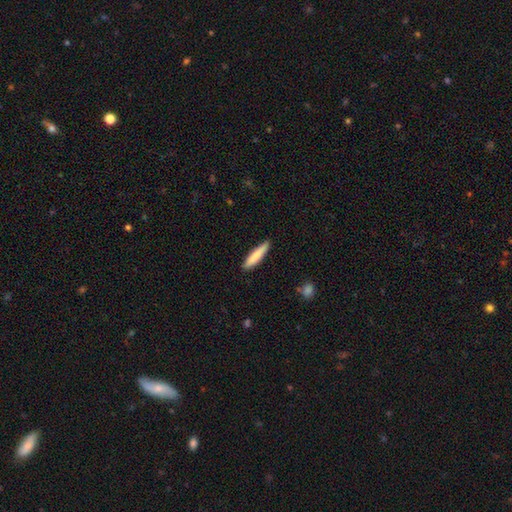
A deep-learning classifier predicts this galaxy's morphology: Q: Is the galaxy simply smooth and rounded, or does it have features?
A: smooth — 80%.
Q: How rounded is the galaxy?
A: cigar-shaped — 86%.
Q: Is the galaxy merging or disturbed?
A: none — 89%.